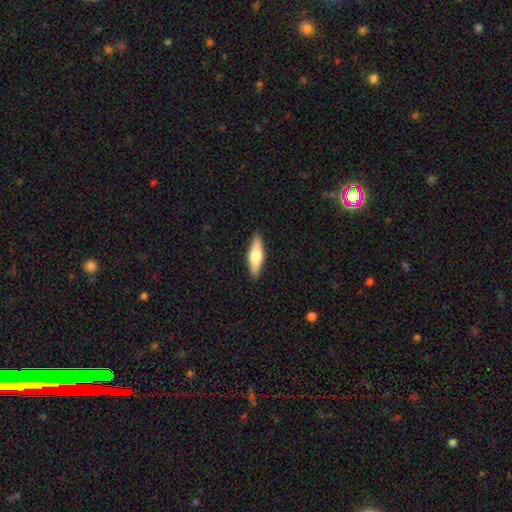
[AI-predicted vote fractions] Q: Smooth or featured?
A: smooth (53%); runner-up: featured or disk (41%)
Q: How rounded?
A: cigar-shaped (54%); runner-up: in between (44%)
Q: Merging?
A: none (90%); runner-up: minor disturbance (8%)